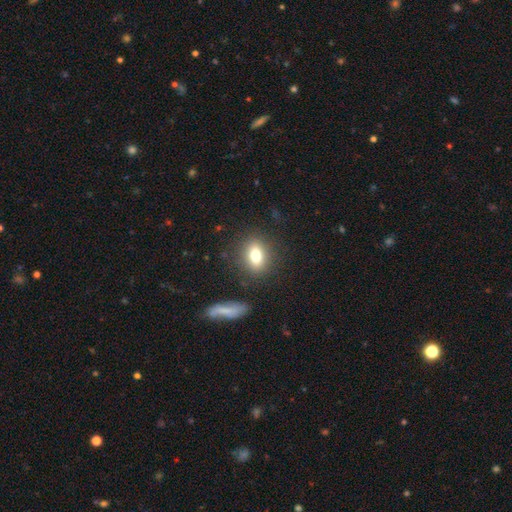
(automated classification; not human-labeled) The model was most divided on "how rounded": in between: 67%, round: 29%, cigar-shaped: 5%. More confident: merging — none (84%); smooth or featured — smooth (75%).